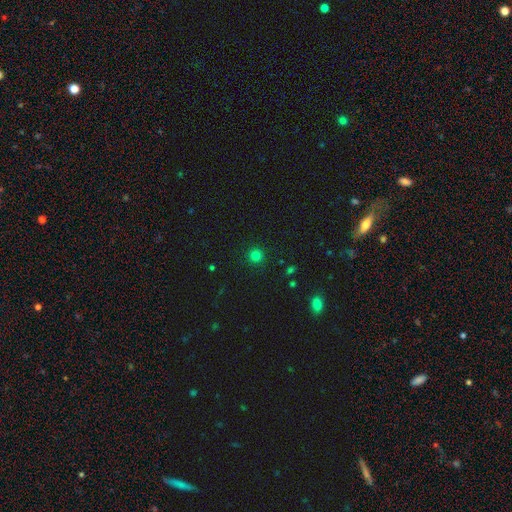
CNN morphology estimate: The model was most divided on "smooth or featured": smooth: 79%, star or artifact: 17%, featured or disk: 4%. More confident: how rounded — round (95%); merging — none (91%).